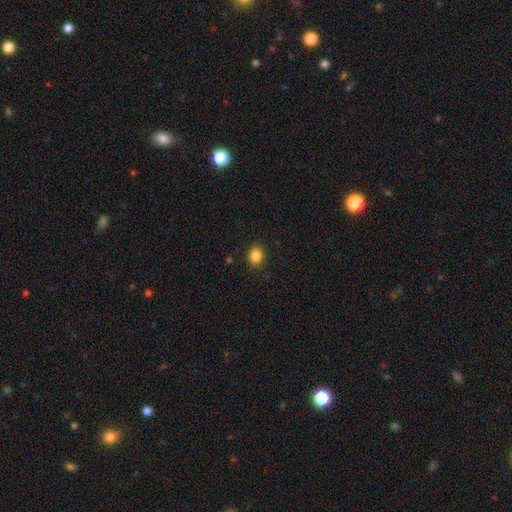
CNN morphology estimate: A smooth galaxy with no disk features (86%) that is round (57%).

Vote fractions:
- Smooth or featured? smooth: 86% / star or artifact: 10% / featured or disk: 4%
- How rounded? round: 57% / in between: 42% / cigar-shaped: 1%
- Merging? none: 88% / minor disturbance: 8% / major disturbance: 2% / merger: 1%